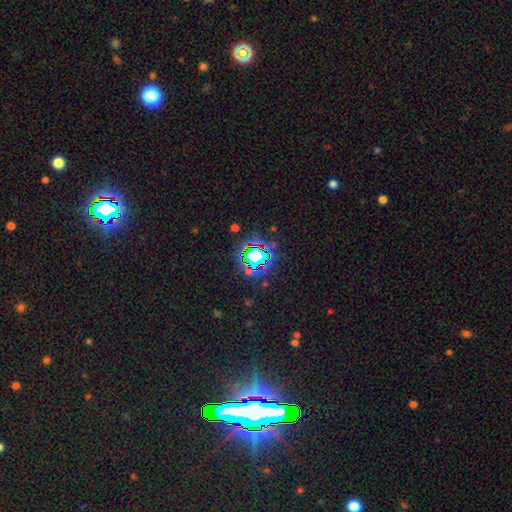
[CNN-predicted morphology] smooth-or-featured: star or artifact: 71% | smooth: 18% | featured or disk: 11%